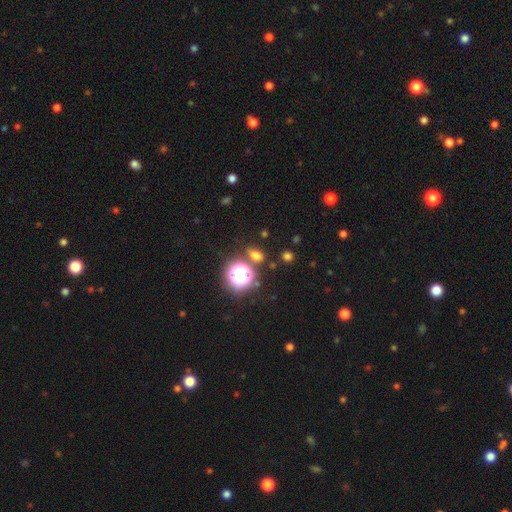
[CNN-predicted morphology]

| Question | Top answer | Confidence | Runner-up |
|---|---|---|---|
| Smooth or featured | smooth | 64% | star or artifact (27%) |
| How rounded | in between | 57% | round (39%) |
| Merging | none | 79% | minor disturbance (10%) |